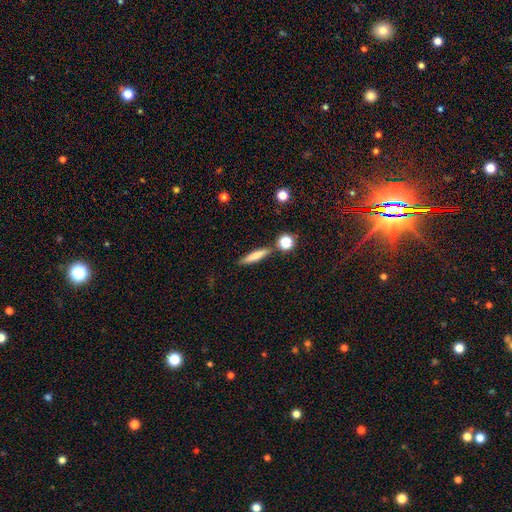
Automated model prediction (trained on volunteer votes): This is likely a smooth galaxy (72%). How rounded: clearly cigar-shaped (84%). Merging: likely none (80%).